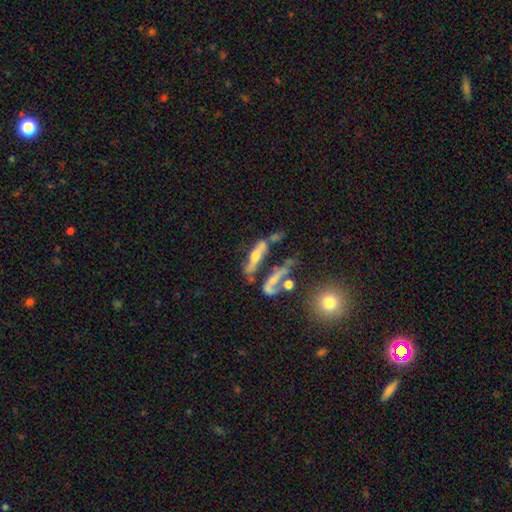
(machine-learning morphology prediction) The model was most divided on "merging": merger: 33%, none: 30%, major disturbance: 20%, minor disturbance: 16%. More confident: edge-on disk — yes (57%); smooth or featured — featured or disk (56%).